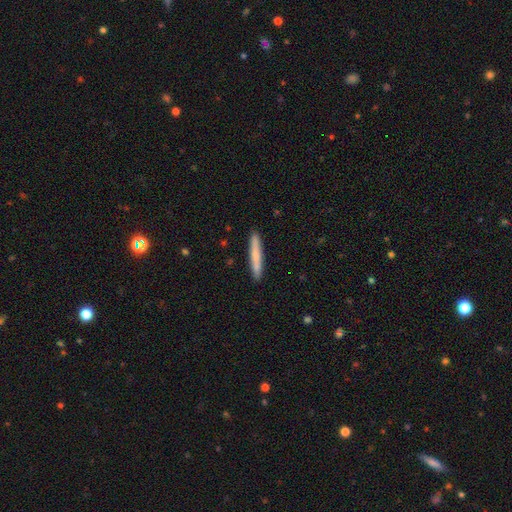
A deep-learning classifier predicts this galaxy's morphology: Overall: smooth (75%). How rounded: cigar-shaped (96%). Merging: none (91%).